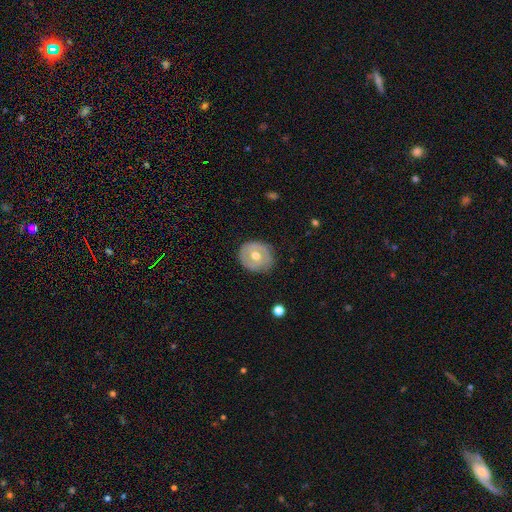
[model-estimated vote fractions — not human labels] smooth-or-featured: featured or disk: 47% | smooth: 46% | star or artifact: 7%
  merging: none: 82% | minor disturbance: 14% | major disturbance: 3% | merger: 1%